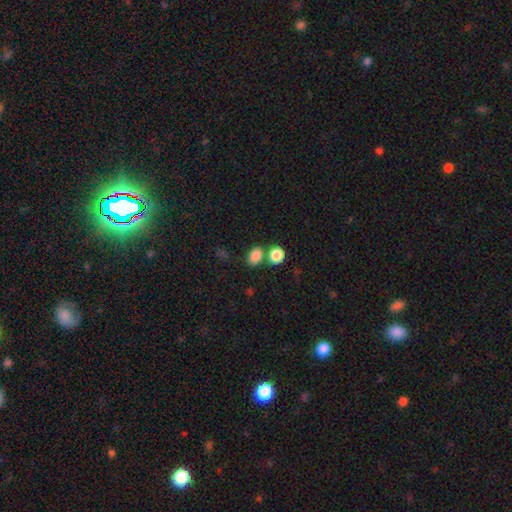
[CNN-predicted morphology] The model was most divided on "how rounded": in between: 66%, round: 33%, cigar-shaped: 1%. More confident: smooth or featured — smooth (85%); merging — none (60%).